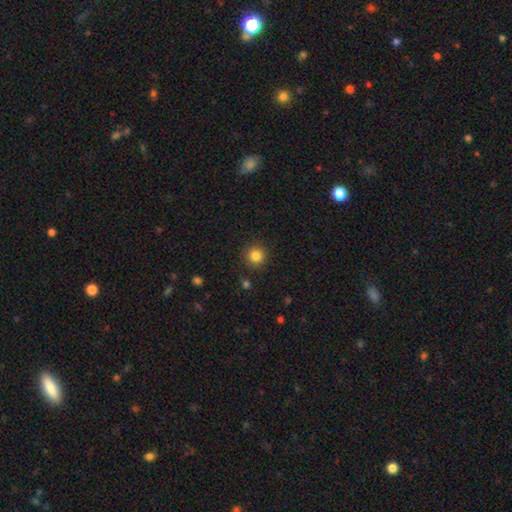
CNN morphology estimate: smooth-or-featured: smooth: 84% | star or artifact: 12% | featured or disk: 5%
  how-rounded: round: 94% | in between: 5% | cigar-shaped: 1%
  merging: none: 90% | minor disturbance: 7% | major disturbance: 2% | merger: 2%